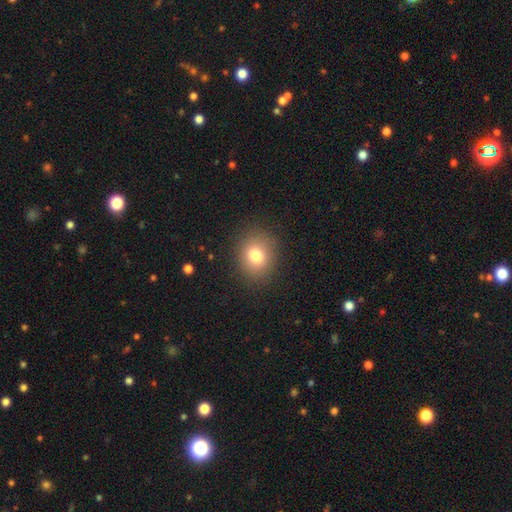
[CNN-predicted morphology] Smooth or featured? Predicted: smooth (p=0.78). How rounded? Predicted: round (p=0.66). Merging? Predicted: none (p=0.88).